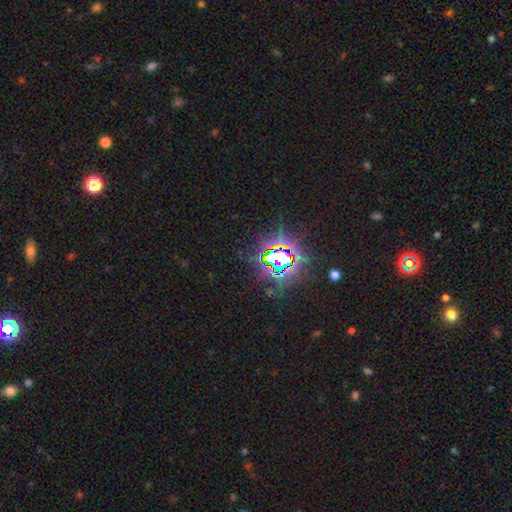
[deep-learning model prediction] A star or artifact, not a galaxy (84%).

Vote fractions:
- Smooth or featured? star or artifact: 84% / smooth: 9% / featured or disk: 8%